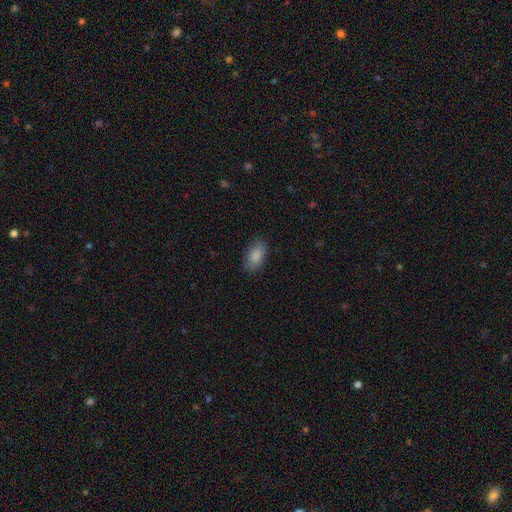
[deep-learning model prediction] A smooth galaxy with no disk features (87%) that is in between round and cigar-shaped (93%). Merging: none (85%).